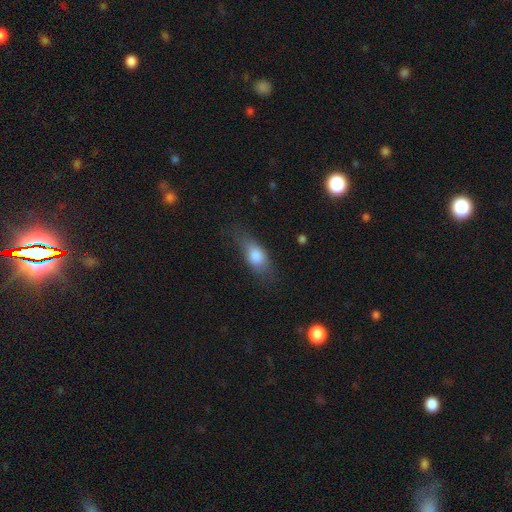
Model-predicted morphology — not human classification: A smooth galaxy with no disk features (78%) that is in between round and cigar-shaped (78%). Merging: none (59%).